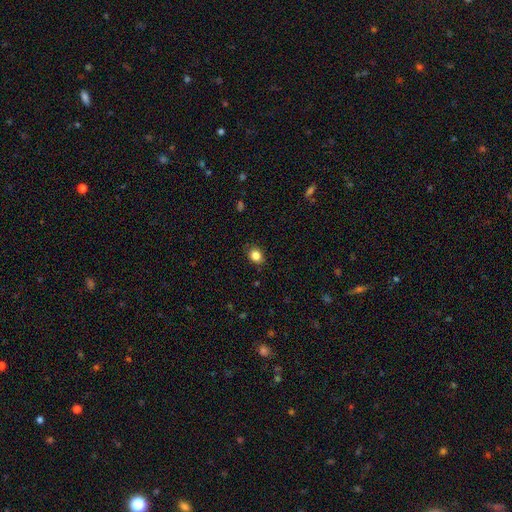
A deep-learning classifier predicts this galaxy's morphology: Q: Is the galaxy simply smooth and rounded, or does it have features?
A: smooth — 84%.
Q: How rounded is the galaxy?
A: round — 64%.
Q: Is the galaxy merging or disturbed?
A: none — 87%.